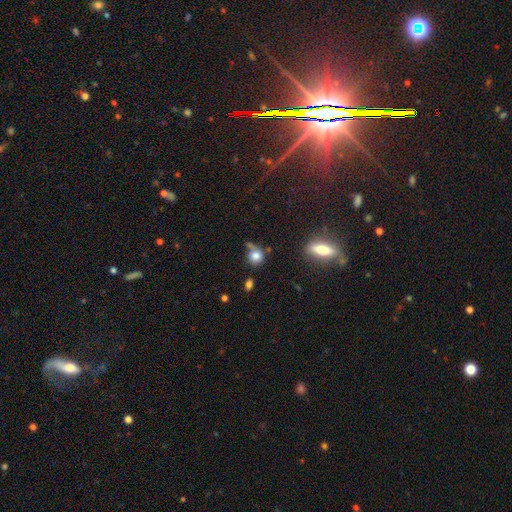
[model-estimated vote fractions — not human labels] A smooth galaxy with no disk features (80%) that is round (81%). Merging: none (53%).